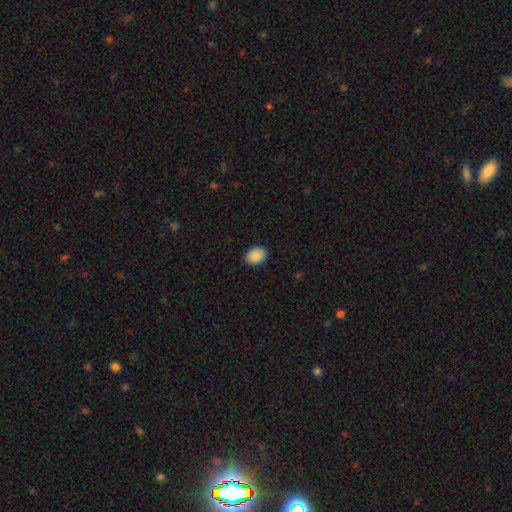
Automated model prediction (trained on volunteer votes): This is clearly a smooth galaxy (90%). How rounded: likely in between (71%). Merging: clearly none (89%).